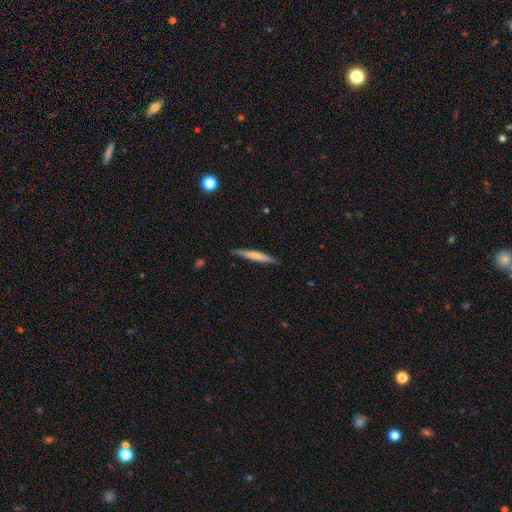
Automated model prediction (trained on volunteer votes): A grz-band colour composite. It shows a smooth galaxy with no disk features (59%) that is cigar-shaped (95%). Merging: none (87%).